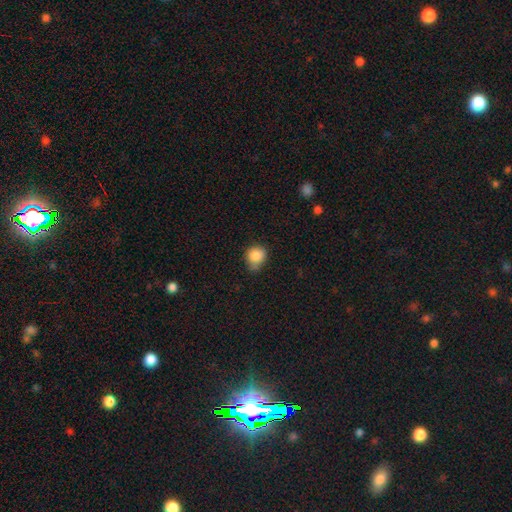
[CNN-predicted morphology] A smooth galaxy with no disk features (85%) that is round (76%).

Vote fractions:
- Smooth or featured? smooth: 85% / star or artifact: 9% / featured or disk: 6%
- How rounded? round: 76% / in between: 23% / cigar-shaped: 1%
- Merging? none: 53% / minor disturbance: 36% / major disturbance: 7% / merger: 4%